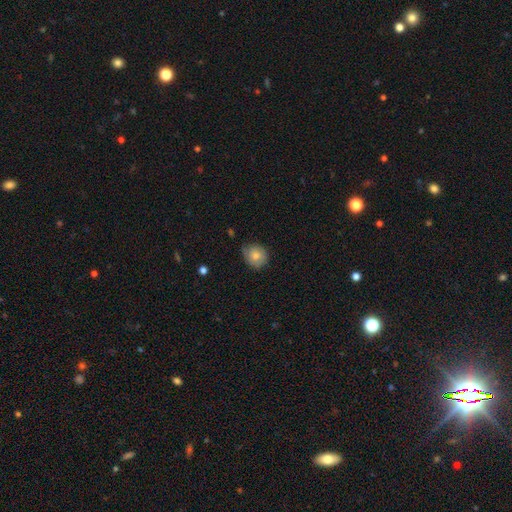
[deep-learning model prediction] Smooth or featured? Predicted: smooth (p=0.78). How rounded? Predicted: round (p=0.80). Merging? Predicted: none (p=0.66).